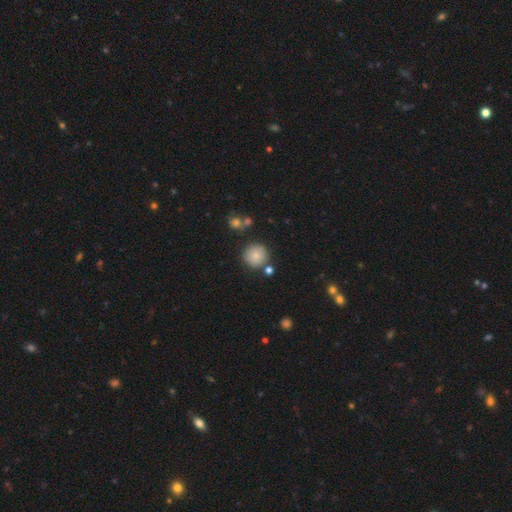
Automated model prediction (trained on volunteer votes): Smooth or featured?
  - smooth: 83% *
  - star or artifact: 10%
  - featured or disk: 7%
How rounded?
  - round: 94% *
  - in between: 5%
  - cigar-shaped: 1%
Merging?
  - none: 80% *
  - minor disturbance: 9%
  - merger: 8%
  - major disturbance: 3%